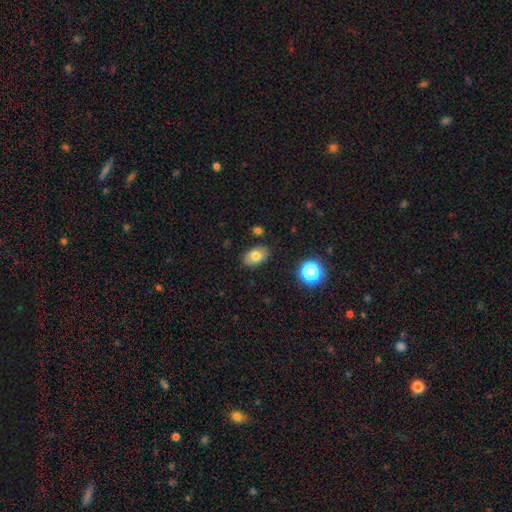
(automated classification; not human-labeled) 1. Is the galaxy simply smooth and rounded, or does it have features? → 75% smooth, 15% featured or disk, 9% star or artifact.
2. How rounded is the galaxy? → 87% in between, 12% round, 1% cigar-shaped.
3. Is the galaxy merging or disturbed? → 85% none, 10% minor disturbance, 2% major disturbance, 2% merger.